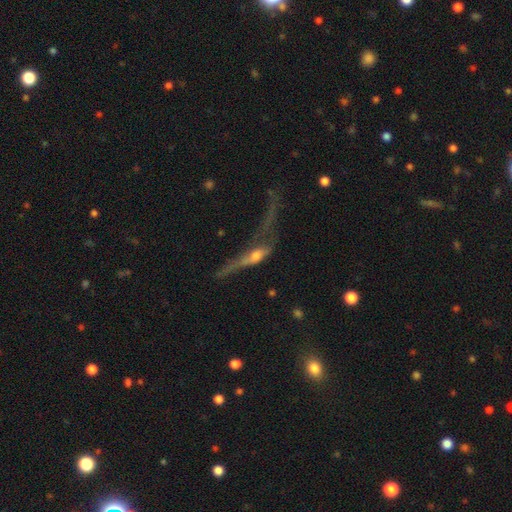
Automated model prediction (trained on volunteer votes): smooth-or-featured: featured or disk: 56% | smooth: 32% | star or artifact: 11%
  disk-edge-on: yes: 61% | no: 39%
  merging: major disturbance: 55% | none: 19% | minor disturbance: 15% | merger: 10%